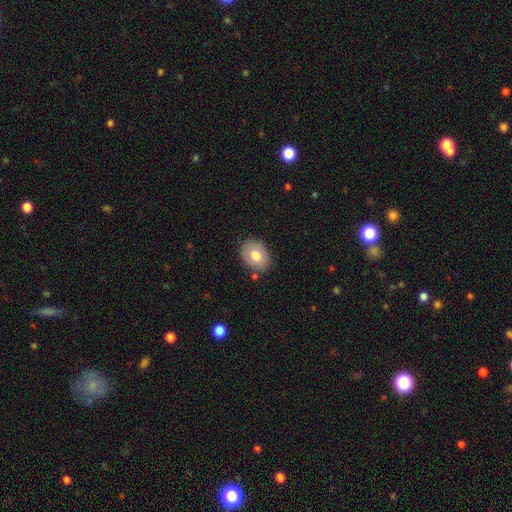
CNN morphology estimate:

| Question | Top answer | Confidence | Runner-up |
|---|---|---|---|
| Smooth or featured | smooth | 75% | featured or disk (18%) |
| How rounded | in between | 71% | round (28%) |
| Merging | none | 83% | minor disturbance (12%) |